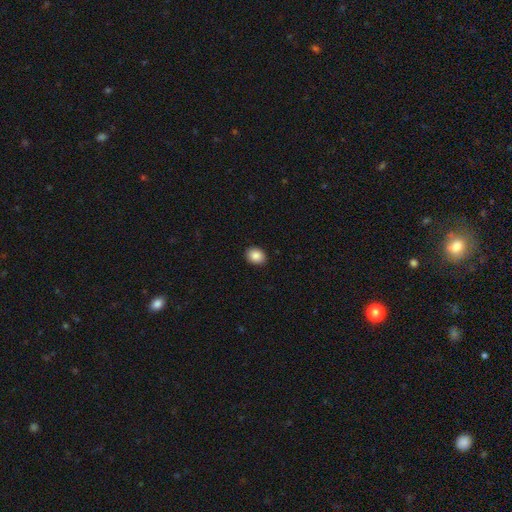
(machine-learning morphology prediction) type=smooth (88%); roundness=round (51%); merging=none (91%).